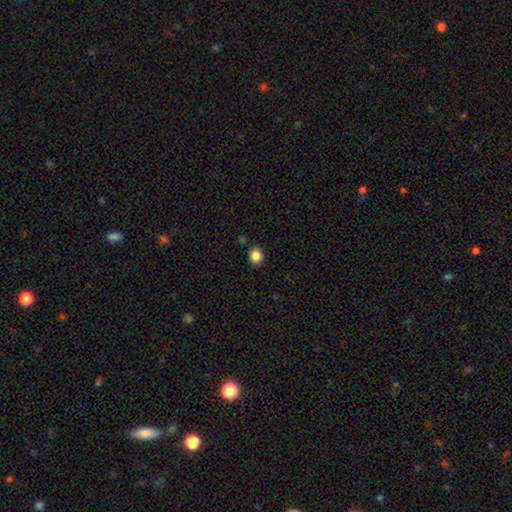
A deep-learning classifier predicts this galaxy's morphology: A smooth galaxy with no disk features (85%) that is round (86%).

Vote fractions:
- Smooth or featured? smooth: 85% / star or artifact: 11% / featured or disk: 4%
- How rounded? round: 86% / in between: 13% / cigar-shaped: 1%
- Merging? none: 87% / minor disturbance: 8% / merger: 3% / major disturbance: 2%